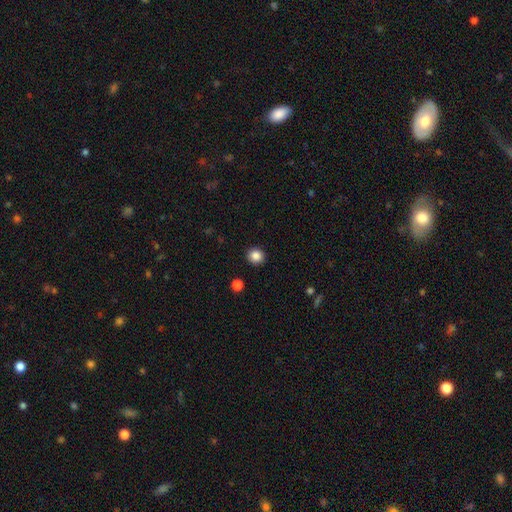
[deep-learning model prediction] Smooth or featured? Predicted: smooth (p=0.86). How rounded? Predicted: round (p=0.89). Merging? Predicted: none (p=0.92).